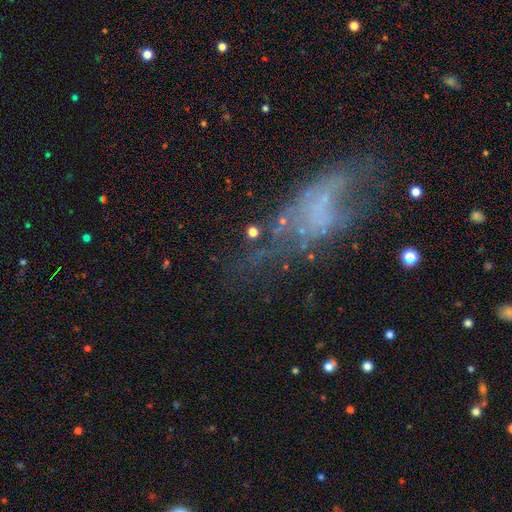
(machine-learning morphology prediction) Smooth or featured: featured or disk — 53% (smooth — 29%)
Edge-on disk: no — 78% (yes — 22%)
Merging: none — 39% (major disturbance — 32%)